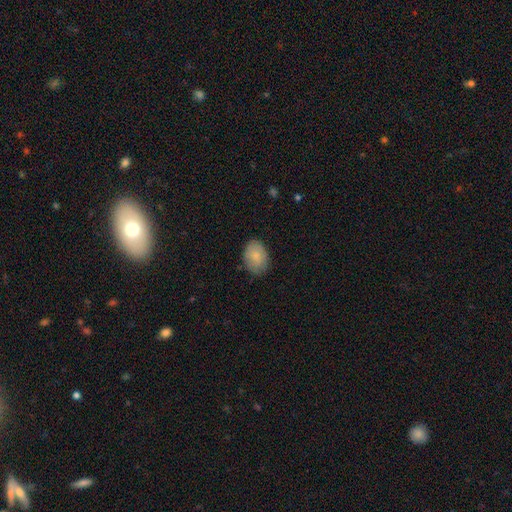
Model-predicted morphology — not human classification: smooth 80%, featured or disk 13%, star or artifact 6%. Down the decision tree: how rounded — in between (76%); merging — none (75%).